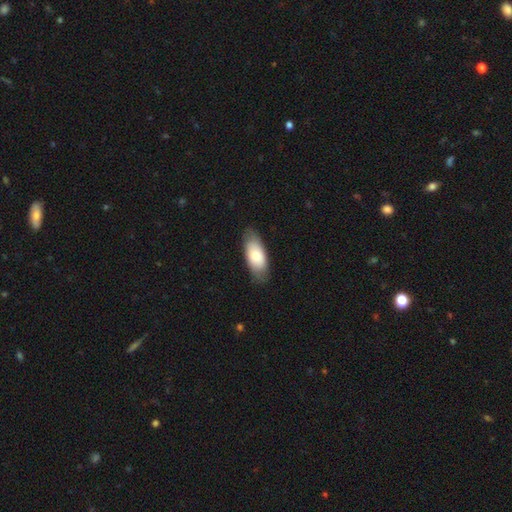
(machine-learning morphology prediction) smooth_or_featured: smooth (p=0.74) [alt: featured or disk p=0.21]
how_rounded: in between (p=0.87) [alt: cigar-shaped p=0.11]
merging: none (p=0.79) [alt: minor disturbance p=0.16]